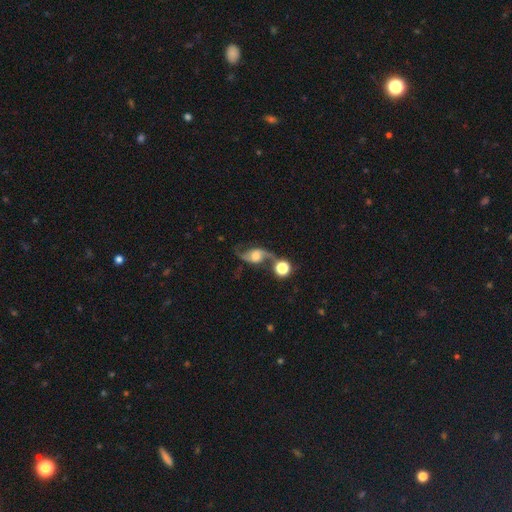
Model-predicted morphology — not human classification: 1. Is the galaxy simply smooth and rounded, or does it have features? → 83% featured or disk, 10% smooth, 8% star or artifact.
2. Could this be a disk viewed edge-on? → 95% no, 5% yes.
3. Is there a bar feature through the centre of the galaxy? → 56% no, 33% weak, 11% strong.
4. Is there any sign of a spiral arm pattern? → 95% yes, 5% no.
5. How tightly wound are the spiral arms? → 81% loose, 16% medium, 4% tight.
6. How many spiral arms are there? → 93% 2, 2% 1, 2% can't tell, 1% 3, 1% 4, 1% more than 4.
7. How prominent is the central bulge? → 48% moderate, 23% large, 19% small, 5% none, 4% dominant.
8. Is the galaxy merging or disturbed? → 57% none, 17% merger, 15% minor disturbance, 11% major disturbance.